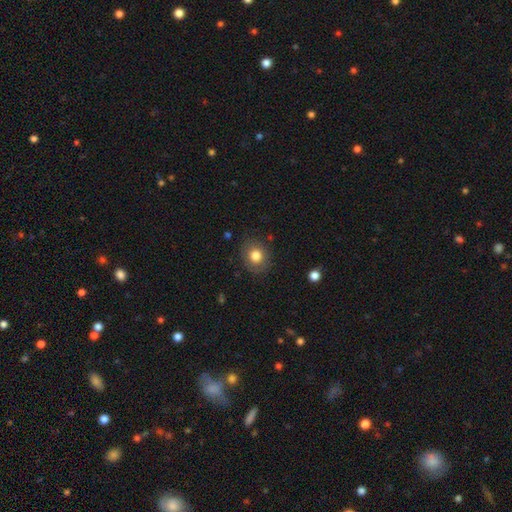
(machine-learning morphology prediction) A smooth galaxy with no disk features (78%) that is round (71%).

Vote fractions:
- Smooth or featured? smooth: 78% / featured or disk: 13% / star or artifact: 9%
- How rounded? round: 71% / in between: 29% / cigar-shaped: 1%
- Merging? none: 82% / minor disturbance: 12% / major disturbance: 4% / merger: 1%